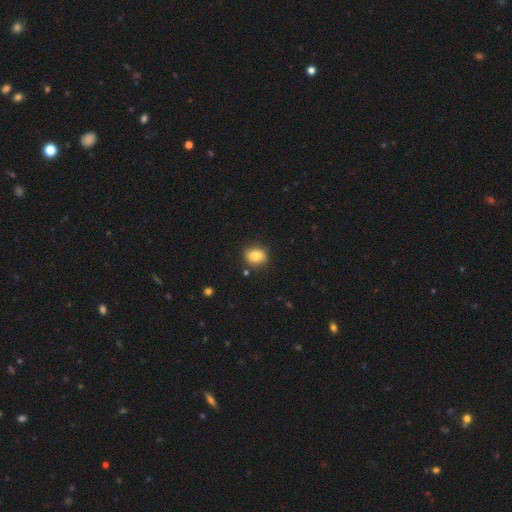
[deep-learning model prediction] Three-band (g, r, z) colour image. It shows a smooth galaxy with no disk features (83%) that is round (53%). Merging: none (85%).